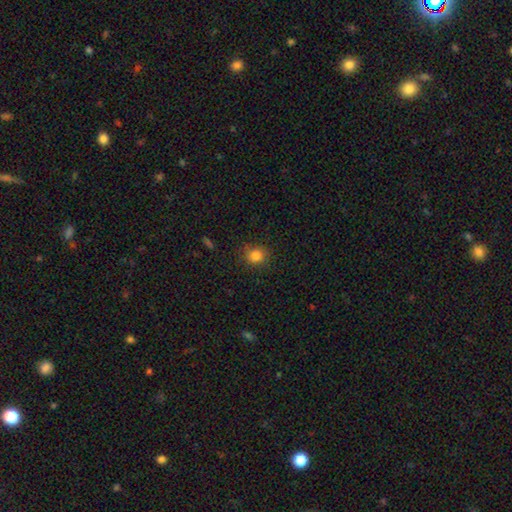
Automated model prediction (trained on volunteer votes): Smooth or featured?
  - smooth: 83% *
  - star or artifact: 12%
  - featured or disk: 5%
How rounded?
  - round: 83% *
  - in between: 16%
  - cigar-shaped: 1%
Merging?
  - none: 85% *
  - minor disturbance: 11%
  - major disturbance: 3%
  - merger: 1%